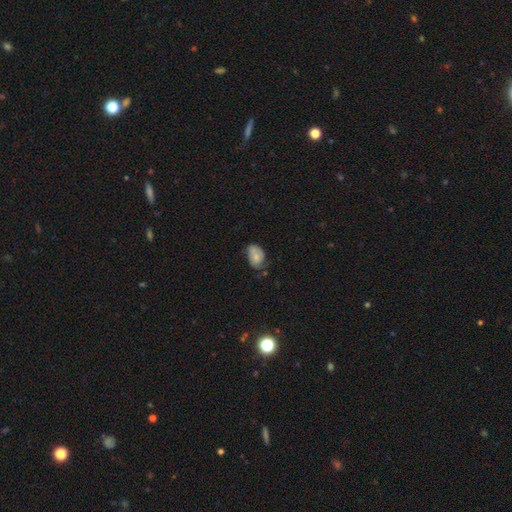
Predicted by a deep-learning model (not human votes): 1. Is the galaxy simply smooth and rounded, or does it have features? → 62% smooth, 30% featured or disk, 8% star or artifact.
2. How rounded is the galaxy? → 83% in between, 16% round, 1% cigar-shaped.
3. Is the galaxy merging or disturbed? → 44% none, 38% minor disturbance, 14% major disturbance, 4% merger.